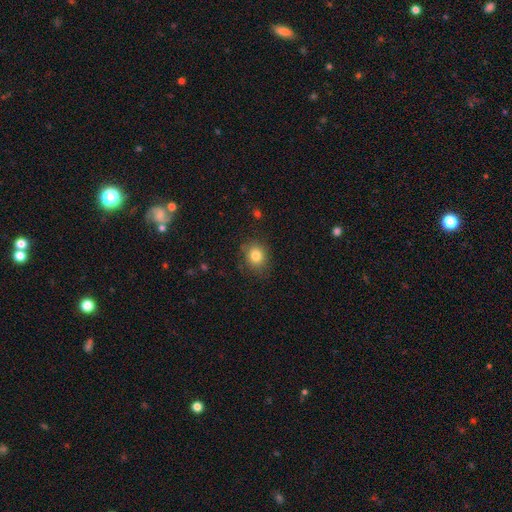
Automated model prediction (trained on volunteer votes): Smooth or featured: smooth — 82% (star or artifact — 10%)
How rounded: round — 70% (in between — 29%)
Merging: none — 79% (minor disturbance — 15%)